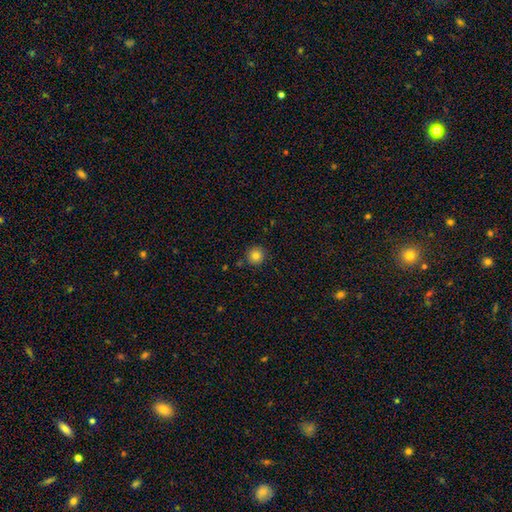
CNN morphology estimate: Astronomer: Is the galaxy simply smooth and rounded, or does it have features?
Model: smooth — 82%.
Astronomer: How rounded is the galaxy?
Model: round — 94%.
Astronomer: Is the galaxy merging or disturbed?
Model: none — 88%.